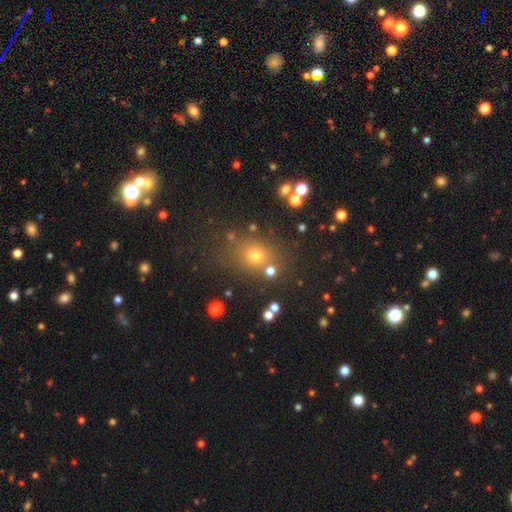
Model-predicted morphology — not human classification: This appears to be a smooth galaxy with no disk features (68%) that is round (70%). Merging: none (76%).